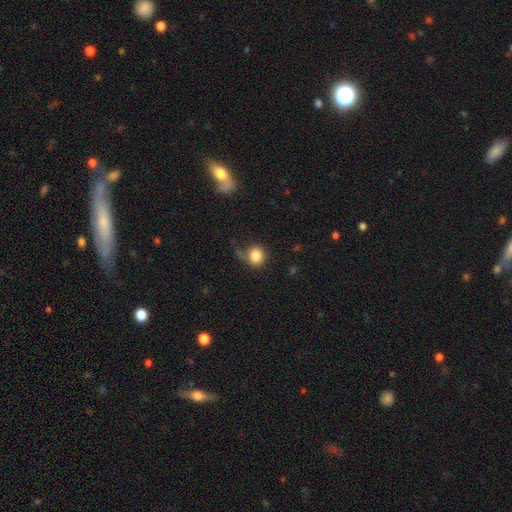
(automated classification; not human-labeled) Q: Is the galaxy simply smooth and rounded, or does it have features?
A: smooth — 82%.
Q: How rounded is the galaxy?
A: round — 79%.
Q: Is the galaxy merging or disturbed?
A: none — 55%.